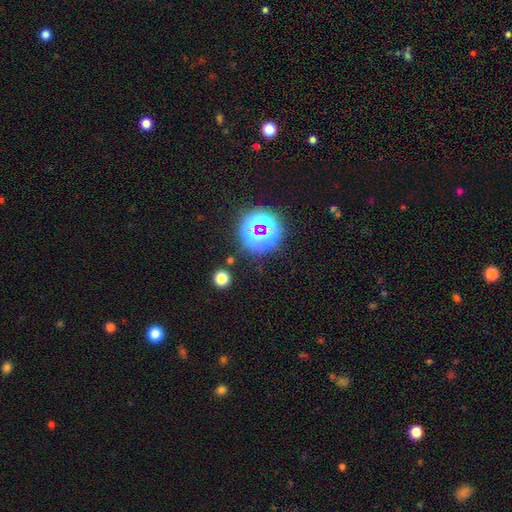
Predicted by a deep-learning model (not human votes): Overall: star or artifact (83%).